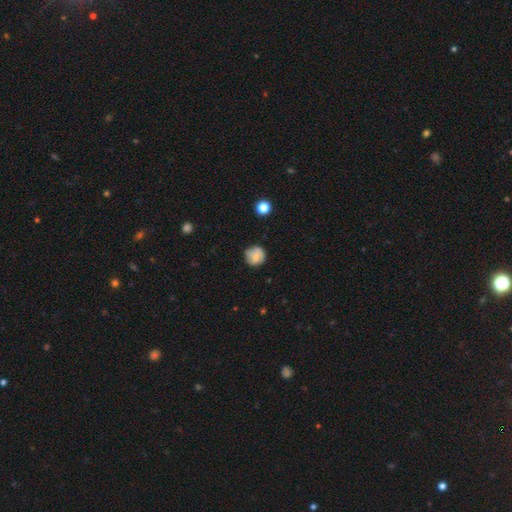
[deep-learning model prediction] Q: Smooth or featured?
A: smooth (71%); runner-up: featured or disk (20%)
Q: How rounded?
A: round (90%); runner-up: in between (9%)
Q: Merging?
A: none (72%); runner-up: minor disturbance (21%)